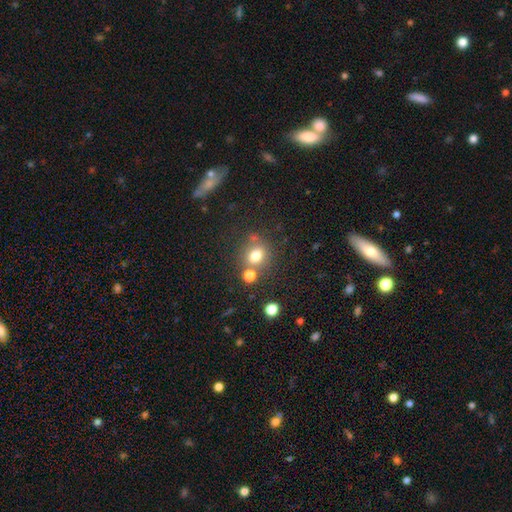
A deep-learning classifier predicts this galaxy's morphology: This is likely a smooth galaxy (73%). How rounded: likely round (70%). Merging: likely none (65%).